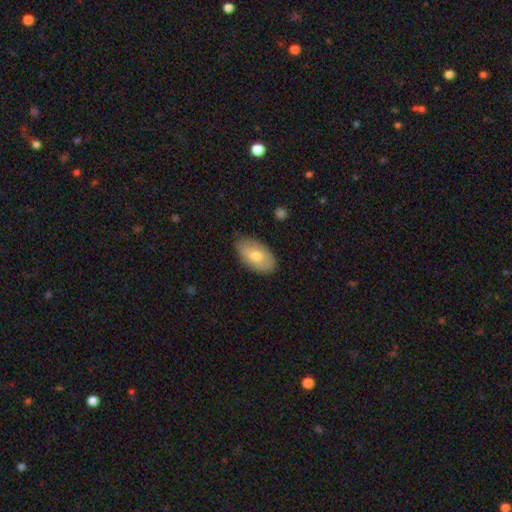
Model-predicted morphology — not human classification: Smooth or featured? Predicted: smooth (p=0.72). How rounded? Predicted: in between (p=0.94). Merging? Predicted: none (p=0.82).